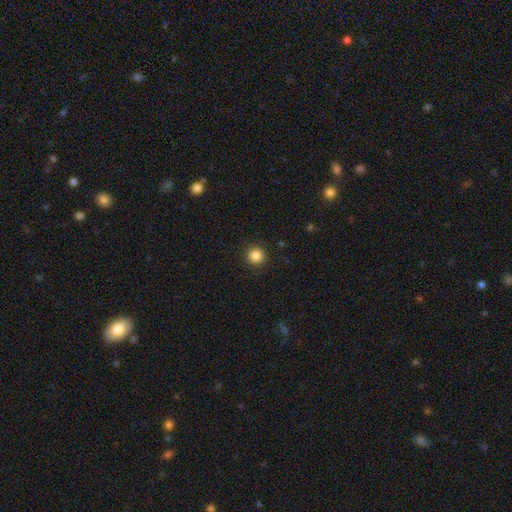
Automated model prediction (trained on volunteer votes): This appears to be a smooth galaxy with no disk features (85%) that is round (95%). Merging: none (92%).